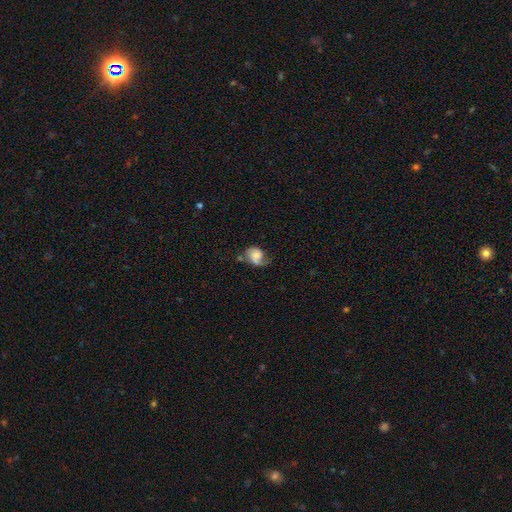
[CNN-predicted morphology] Smooth or featured? Predicted: smooth (p=0.58). How rounded? Predicted: in between (p=0.52). Merging? Predicted: none (p=0.34).